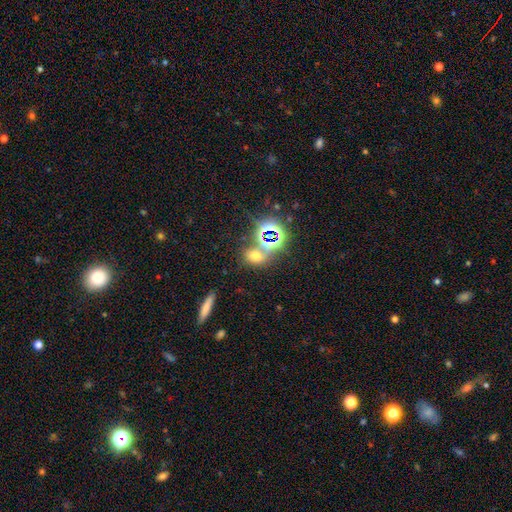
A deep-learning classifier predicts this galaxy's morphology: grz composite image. It shows a smooth galaxy with no disk features (53%) that is in between round and cigar-shaped (54%). Merging: none (59%).